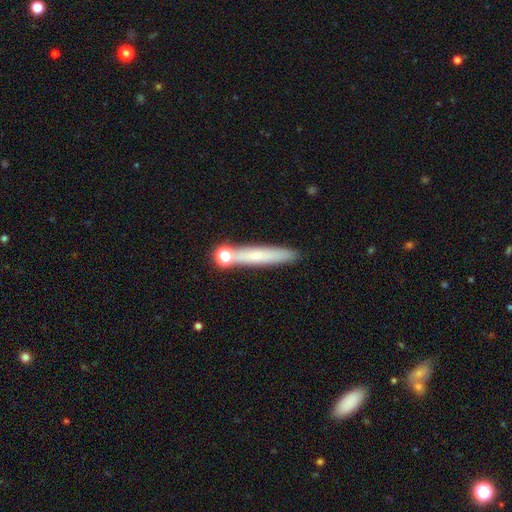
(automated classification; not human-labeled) The model was most divided on "smooth or featured": smooth: 59%, featured or disk: 29%, star or artifact: 12%. More confident: how rounded — cigar-shaped (88%); merging — none (74%).